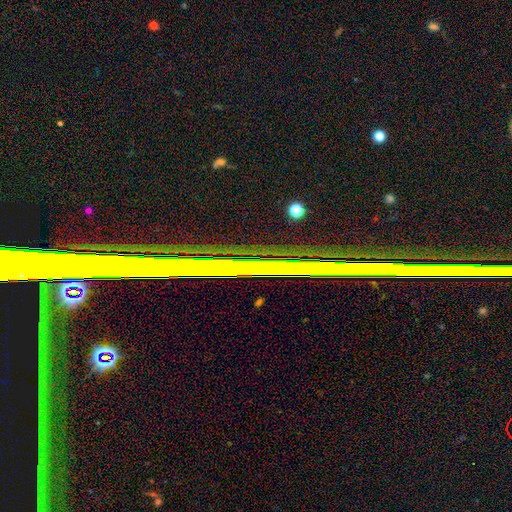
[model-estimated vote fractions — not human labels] Smooth or featured?
  - star or artifact: 69% *
  - featured or disk: 20%
  - smooth: 10%